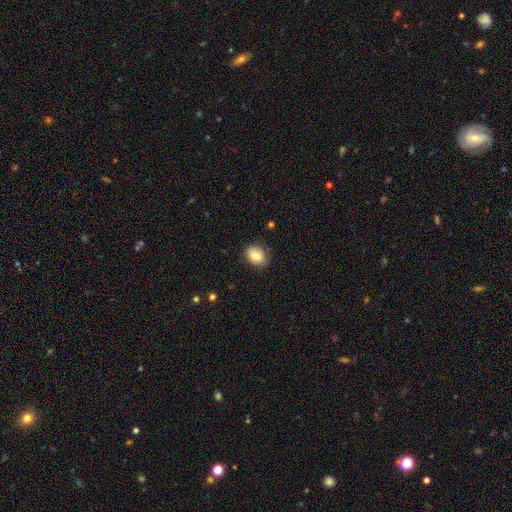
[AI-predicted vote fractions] Smooth or featured? smooth (78%)
How rounded? in between (58%)
Merging? none (80%)